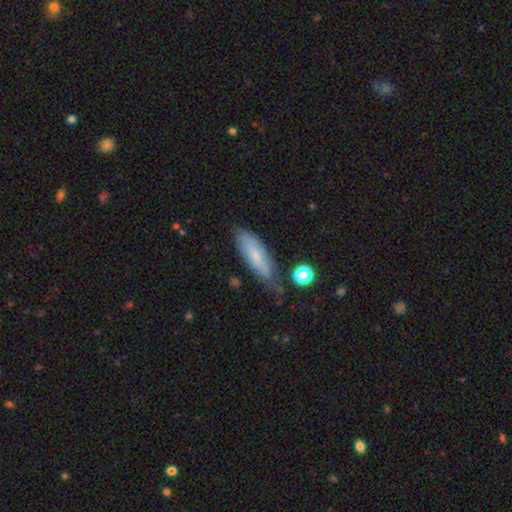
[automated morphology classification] smooth-or-featured: smooth: 66% | featured or disk: 27% | star or artifact: 7%
  how-rounded: cigar-shaped: 50% | in between: 48% | round: 2%
  merging: none: 64% | minor disturbance: 26% | major disturbance: 6% | merger: 3%